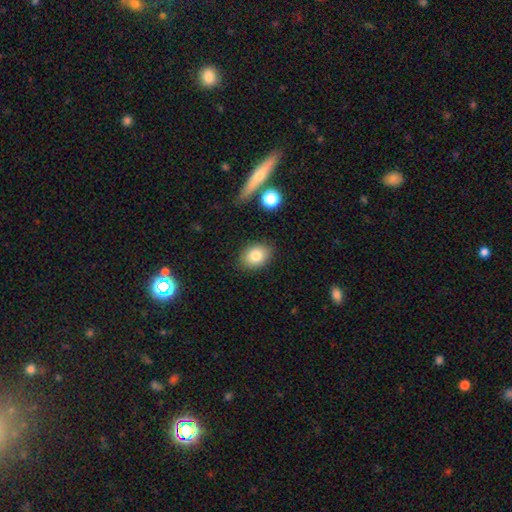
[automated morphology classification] type=smooth (82%); roundness=in between (64%); merging=none (85%).